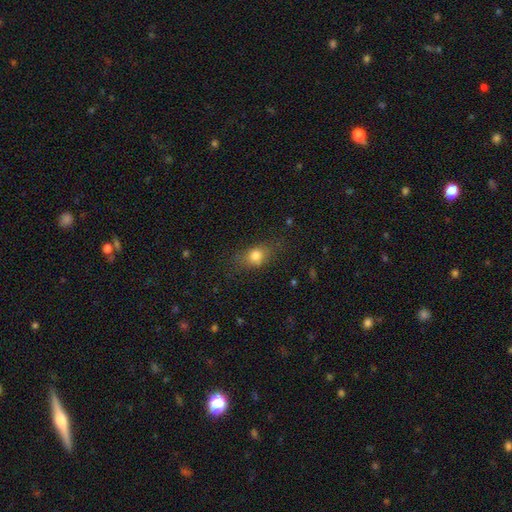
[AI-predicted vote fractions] Smooth or featured? smooth (78%)
How rounded? in between (64%)
Merging? none (71%)